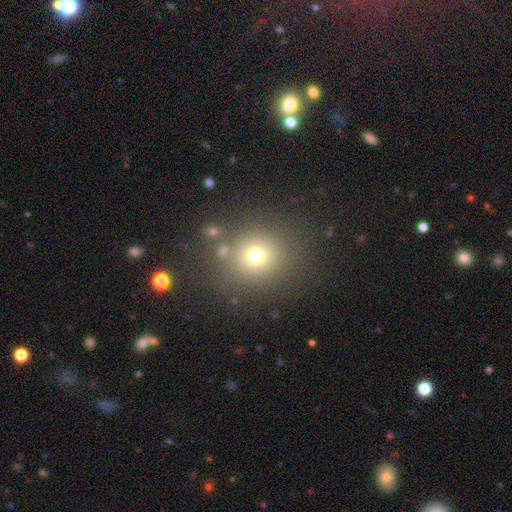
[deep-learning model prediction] This is likely a smooth galaxy (70%). How rounded: clearly round (84%). Merging: likely none (80%).